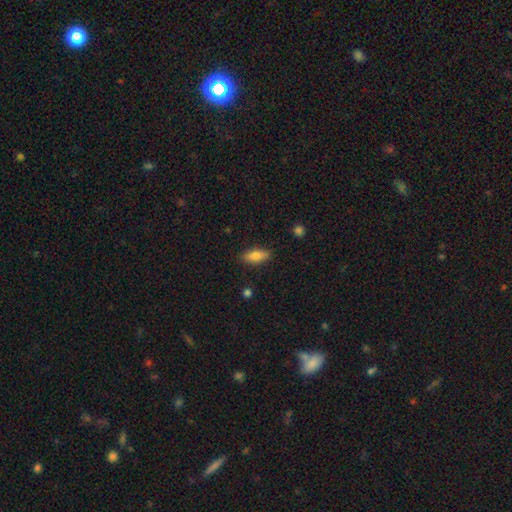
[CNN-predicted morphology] This is likely a smooth galaxy (79%). How rounded: likely in between (69%). Merging: clearly none (86%).